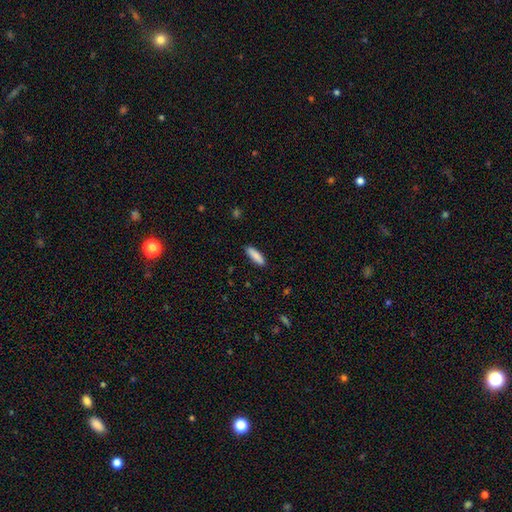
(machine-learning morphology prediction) This appears to be a smooth galaxy with no disk features (88%) that is cigar-shaped (60%). Merging: none (87%).